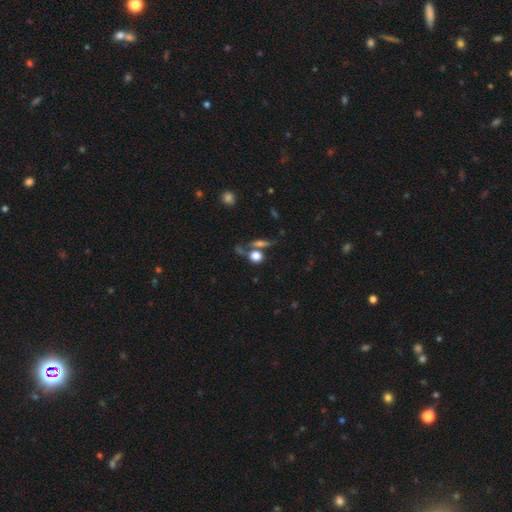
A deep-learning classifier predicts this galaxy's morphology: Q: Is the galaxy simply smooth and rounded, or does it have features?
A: smooth — 72%.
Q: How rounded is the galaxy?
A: round — 70%.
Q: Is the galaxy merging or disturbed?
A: none — 52%.